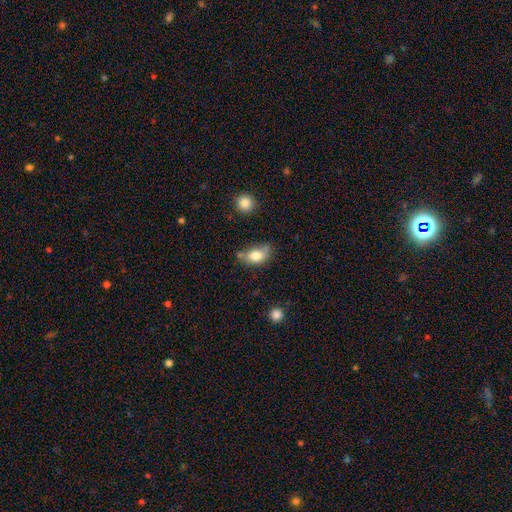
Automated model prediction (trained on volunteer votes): Q: Smooth or featured?
A: smooth (76%); runner-up: featured or disk (15%)
Q: How rounded?
A: in between (79%); runner-up: round (18%)
Q: Merging?
A: none (45%); runner-up: minor disturbance (31%)